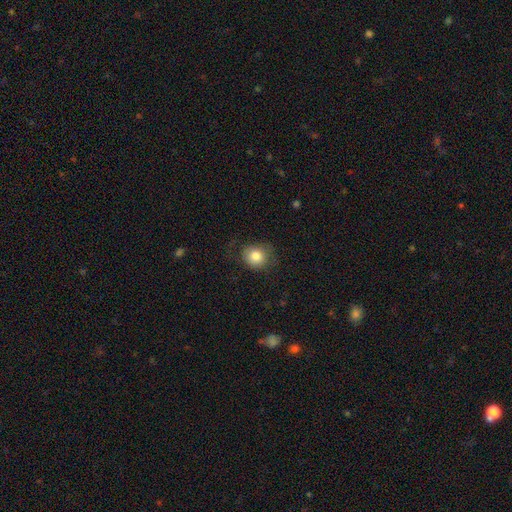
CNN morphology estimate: Q: Smooth or featured?
A: smooth (81%); runner-up: featured or disk (10%)
Q: How rounded?
A: round (80%); runner-up: in between (20%)
Q: Merging?
A: none (68%); runner-up: minor disturbance (20%)